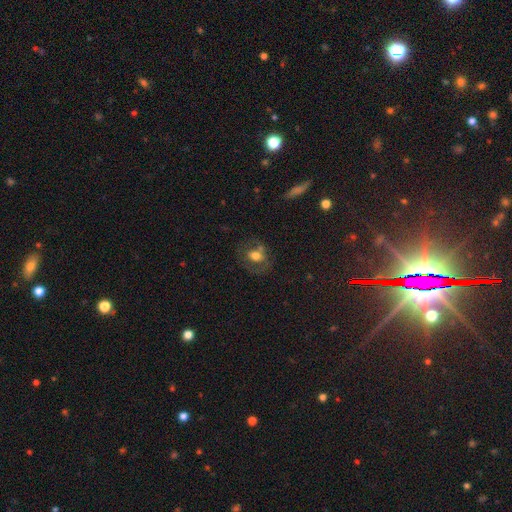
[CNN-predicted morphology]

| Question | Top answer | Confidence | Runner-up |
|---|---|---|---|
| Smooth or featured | smooth | 47% | featured or disk (42%) |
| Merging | none | 56% | minor disturbance (19%) |